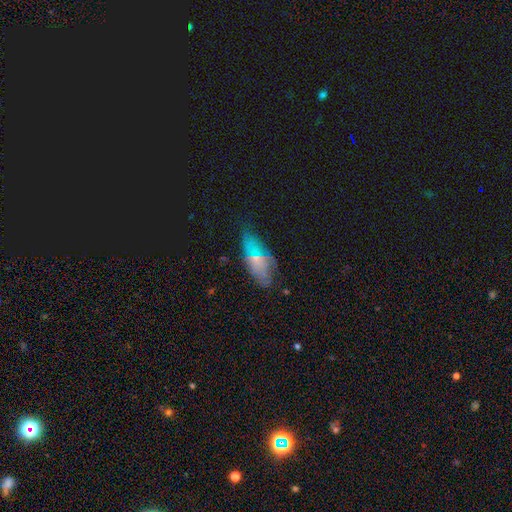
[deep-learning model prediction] Smooth or featured?
  - smooth: 50% *
  - featured or disk: 33%
  - star or artifact: 16%
How rounded?
  - in between: 82% *
  - cigar-shaped: 13%
  - round: 5%
Merging?
  - none: 59% *
  - minor disturbance: 27%
  - major disturbance: 10%
  - merger: 3%